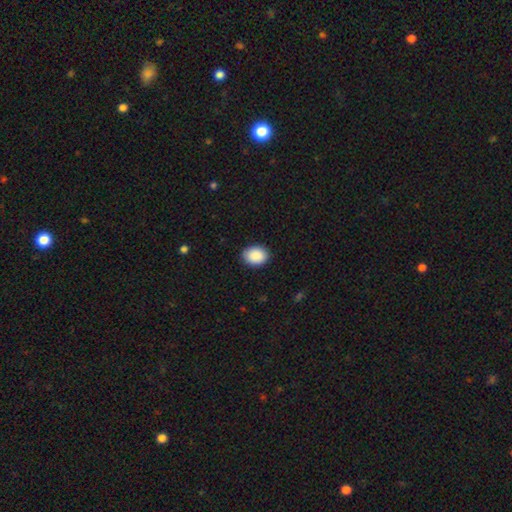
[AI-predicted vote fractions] Smooth or featured?
  - smooth: 90% *
  - star or artifact: 7%
  - featured or disk: 3%
How rounded?
  - in between: 65% *
  - round: 34%
  - cigar-shaped: 1%
Merging?
  - none: 88% *
  - minor disturbance: 9%
  - major disturbance: 2%
  - merger: 1%